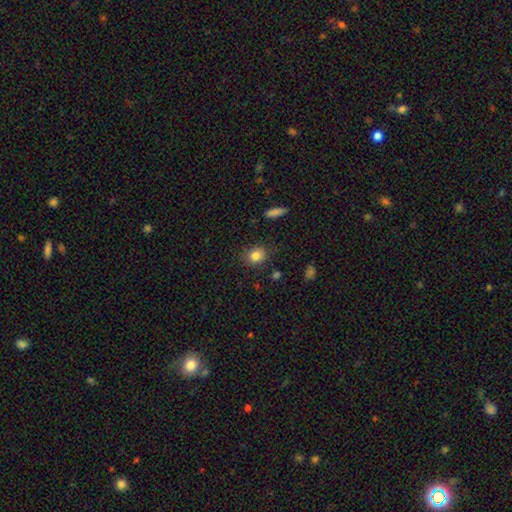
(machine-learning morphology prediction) Smooth or featured? smooth (83%)
How rounded? round (60%)
Merging? none (84%)